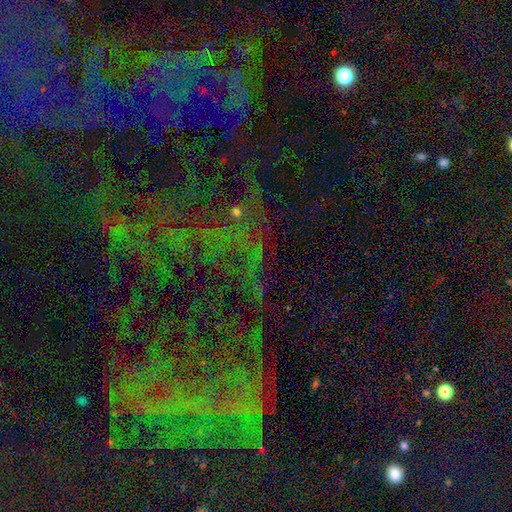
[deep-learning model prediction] smooth_or_featured: star or artifact (p=0.77) [alt: featured or disk p=0.12]